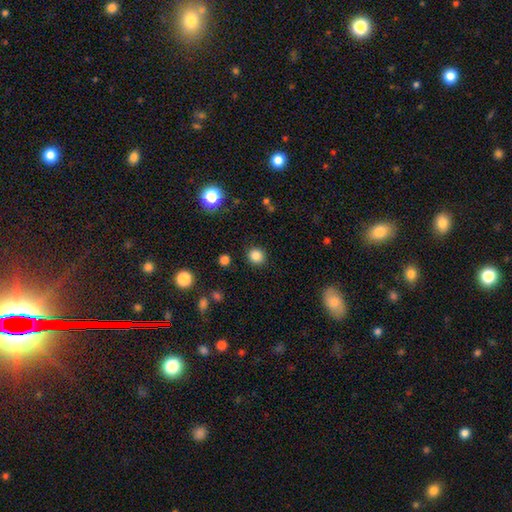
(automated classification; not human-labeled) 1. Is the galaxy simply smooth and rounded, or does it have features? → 84% smooth, 12% star or artifact, 4% featured or disk.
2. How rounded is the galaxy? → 88% round, 11% in between, 1% cigar-shaped.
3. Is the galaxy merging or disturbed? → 90% none, 6% minor disturbance, 2% major disturbance, 2% merger.